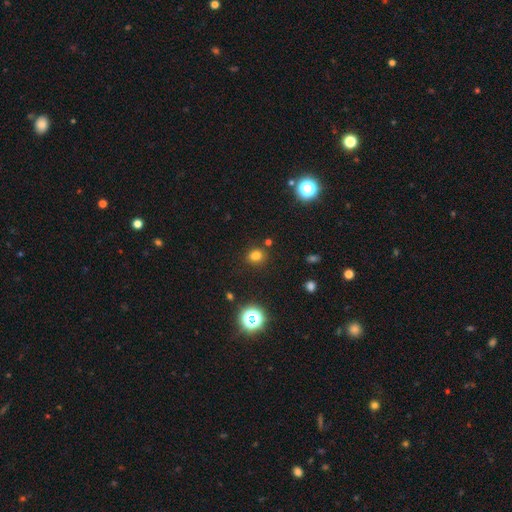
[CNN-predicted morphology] Smooth or featured? smooth (76%)
How rounded? round (58%)
Merging? none (83%)